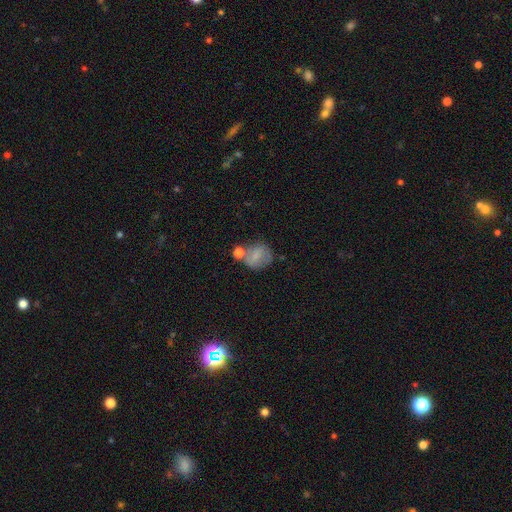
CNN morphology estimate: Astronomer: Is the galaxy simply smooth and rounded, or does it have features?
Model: smooth — 67%.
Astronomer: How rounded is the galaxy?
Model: round — 64%.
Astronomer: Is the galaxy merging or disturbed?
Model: none — 47%.